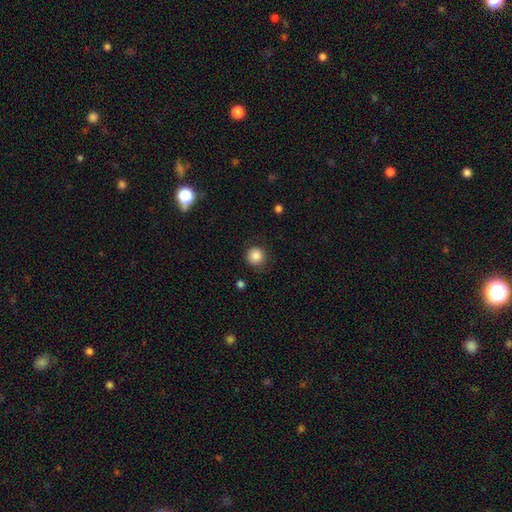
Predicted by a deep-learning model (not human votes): This appears to be a smooth galaxy with no disk features (86%) that is round (94%). Merging: none (86%).